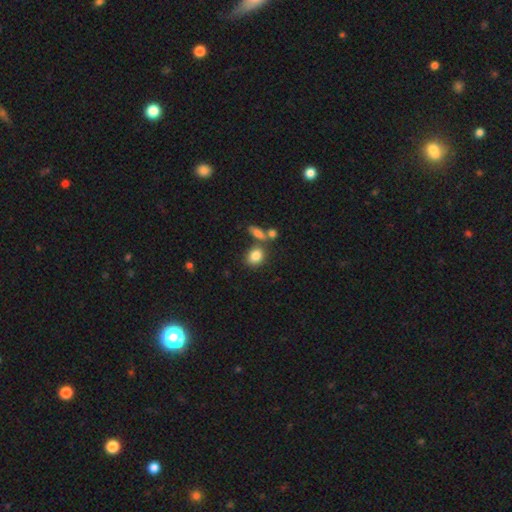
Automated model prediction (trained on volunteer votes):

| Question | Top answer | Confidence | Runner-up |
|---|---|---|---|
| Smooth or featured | smooth | 83% | star or artifact (9%) |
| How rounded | in between | 60% | round (38%) |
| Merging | none | 59% | merger (23%) |